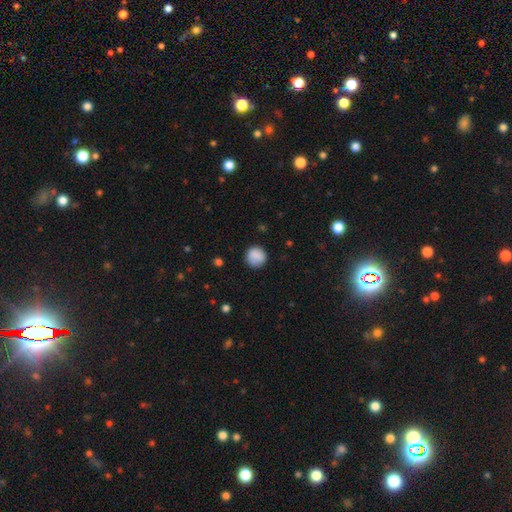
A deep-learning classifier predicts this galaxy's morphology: smooth_or_featured: smooth (p=0.86) [alt: star or artifact p=0.08]
how_rounded: round (p=0.92) [alt: in between p=0.07]
merging: none (p=0.84) [alt: minor disturbance p=0.12]